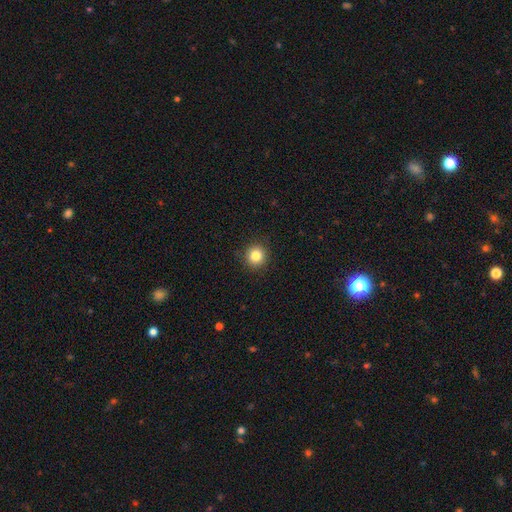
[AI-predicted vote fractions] The model was most divided on "smooth or featured": smooth: 84%, star or artifact: 11%, featured or disk: 5%. More confident: how rounded — round (94%); merging — none (91%).